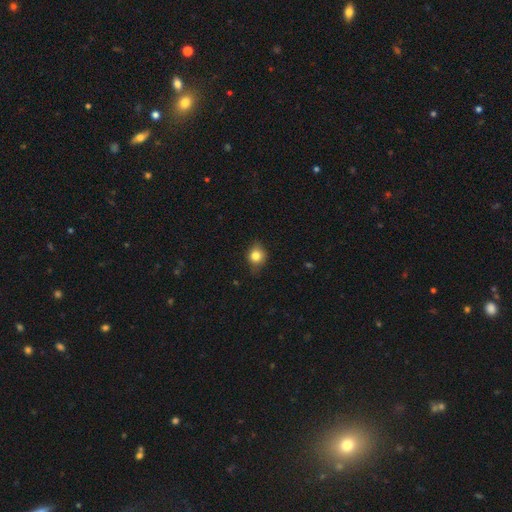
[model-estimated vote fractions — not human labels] Overall: smooth (79%). How rounded: round (68%; in between 31%). Merging: none (73%).